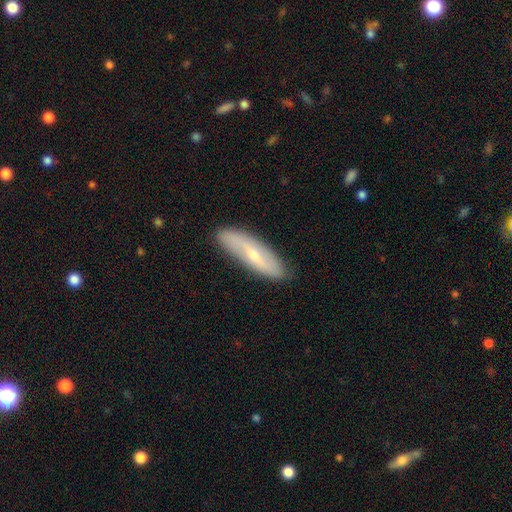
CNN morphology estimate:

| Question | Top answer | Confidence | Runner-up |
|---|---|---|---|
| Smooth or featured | featured or disk | 50% | smooth (41%) |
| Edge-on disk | no | 61% | yes (39%) |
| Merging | none | 86% | minor disturbance (10%) |